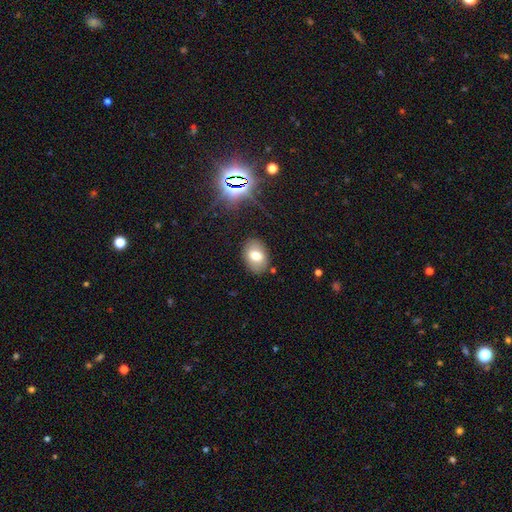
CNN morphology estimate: smooth 71%, featured or disk 16%, star or artifact 13%. Down the decision tree: how rounded — in between (70%); merging — none (86%).